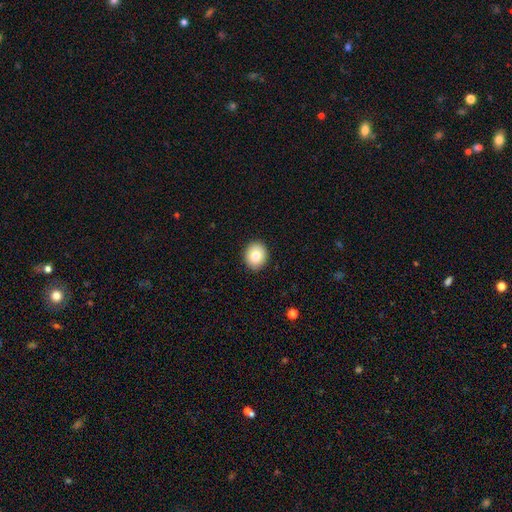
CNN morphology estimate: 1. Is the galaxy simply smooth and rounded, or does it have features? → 79% smooth, 12% featured or disk, 9% star or artifact.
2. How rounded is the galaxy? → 68% round, 31% in between, 1% cigar-shaped.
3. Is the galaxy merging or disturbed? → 91% none, 6% minor disturbance, 2% major disturbance, 1% merger.